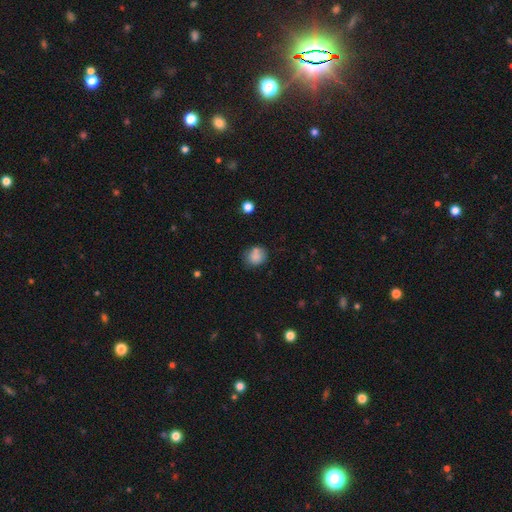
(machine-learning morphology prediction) Overall: smooth (82%). How rounded: round (75%). Merging: none (62%).